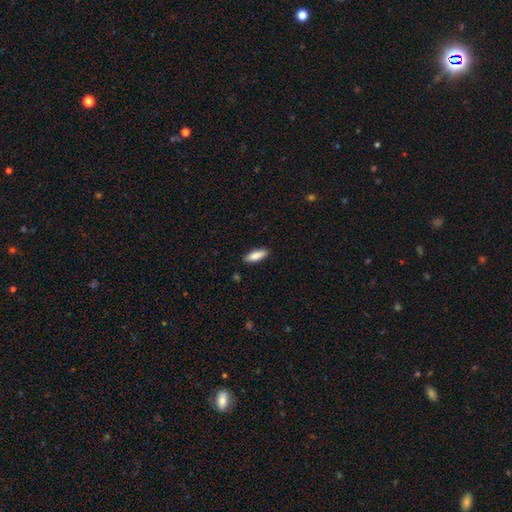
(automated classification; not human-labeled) A smooth galaxy with no disk features (85%) that is in between round and cigar-shaped (60%). Merging: none (88%).